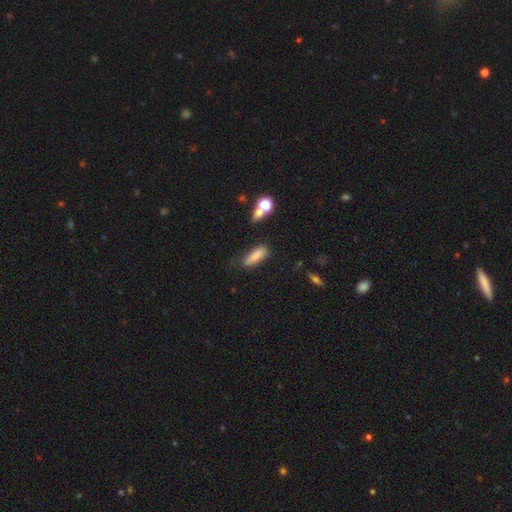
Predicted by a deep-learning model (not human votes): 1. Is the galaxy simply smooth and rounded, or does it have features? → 81% smooth, 10% featured or disk, 9% star or artifact.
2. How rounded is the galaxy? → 55% in between, 42% cigar-shaped, 3% round.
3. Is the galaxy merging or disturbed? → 69% none, 20% minor disturbance, 6% merger, 6% major disturbance.